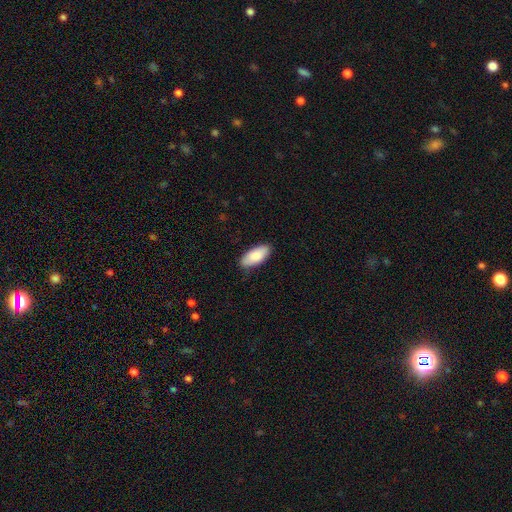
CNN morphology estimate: Smooth or featured: smooth — 87% (featured or disk — 7%)
How rounded: in between — 88% (cigar-shaped — 10%)
Merging: none — 85% (minor disturbance — 12%)